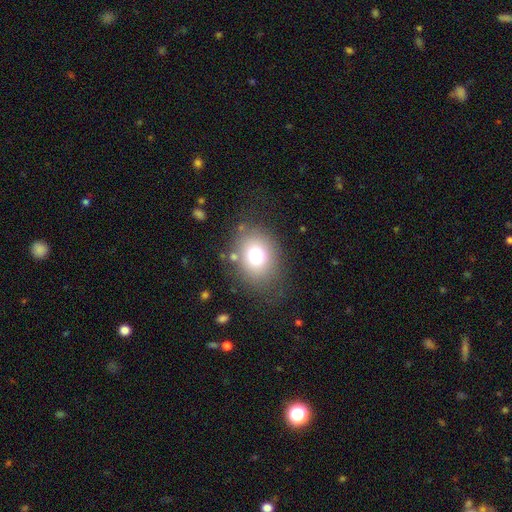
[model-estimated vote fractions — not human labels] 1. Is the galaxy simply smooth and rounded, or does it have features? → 72% smooth, 14% star or artifact, 14% featured or disk.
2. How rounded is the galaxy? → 50% in between, 49% round, 1% cigar-shaped.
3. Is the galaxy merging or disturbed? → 75% none, 14% minor disturbance, 8% major disturbance, 4% merger.